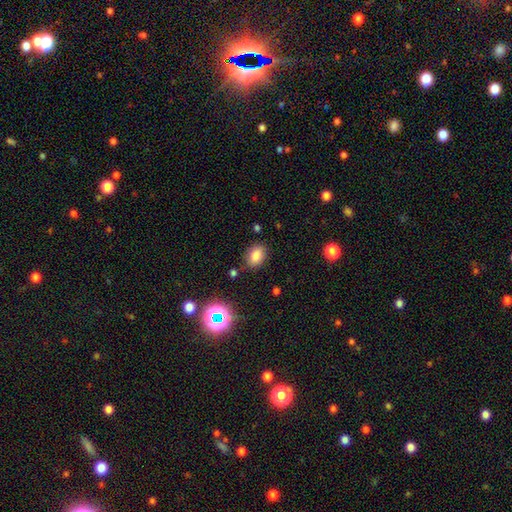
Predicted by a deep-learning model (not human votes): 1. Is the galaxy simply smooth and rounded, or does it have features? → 79% smooth, 14% star or artifact, 8% featured or disk.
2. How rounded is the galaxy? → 75% in between, 24% round, 1% cigar-shaped.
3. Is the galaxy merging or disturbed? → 81% none, 12% minor disturbance, 3% merger, 3% major disturbance.